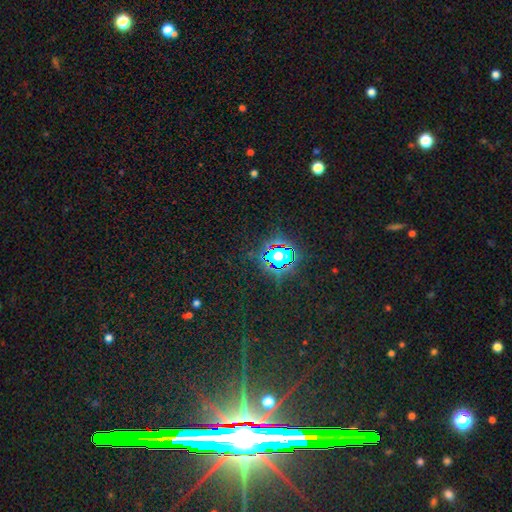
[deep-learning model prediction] A star or artifact, not a galaxy (83%).

Vote fractions:
- Smooth or featured? star or artifact: 83% / smooth: 9% / featured or disk: 8%